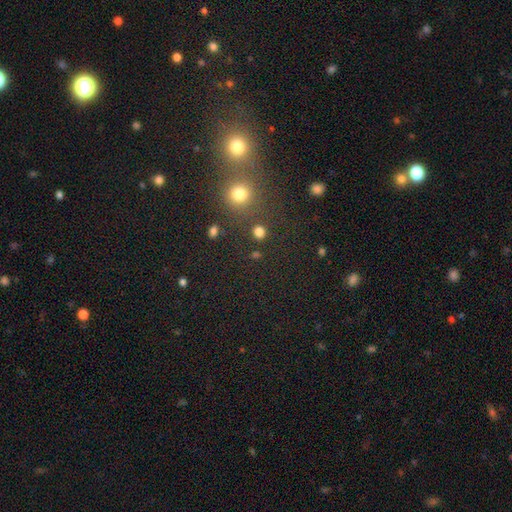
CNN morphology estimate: This is possibly a smooth galaxy (51%). How rounded: clearly round (88%). Merging: likely none (62%).